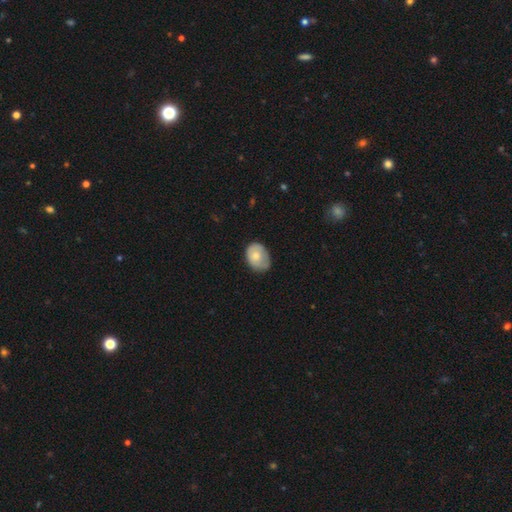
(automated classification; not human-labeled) Morphology: type=smooth (73%); roundness=in between (69%); merging=none (59%).